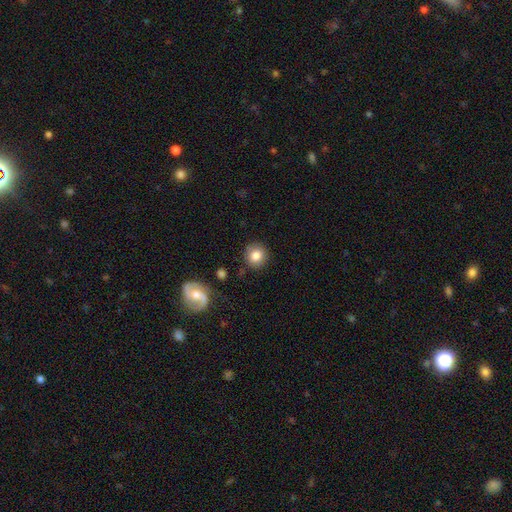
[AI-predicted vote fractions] A smooth galaxy with no disk features (82%) that is round (89%).

Vote fractions:
- Smooth or featured? smooth: 82% / featured or disk: 10% / star or artifact: 9%
- How rounded? round: 89% / in between: 10% / cigar-shaped: 1%
- Merging? none: 85% / minor disturbance: 10% / major disturbance: 3% / merger: 2%